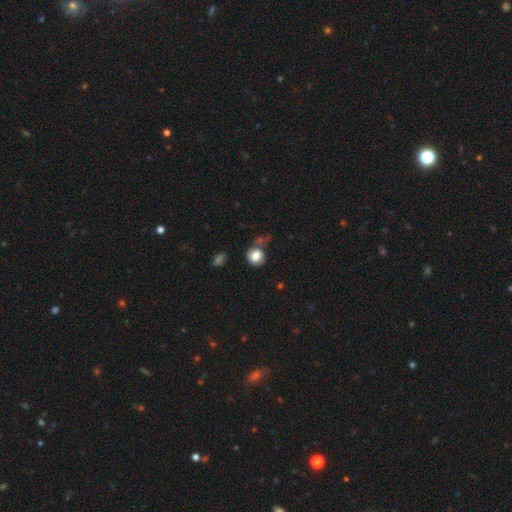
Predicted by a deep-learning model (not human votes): Overall: smooth (77%). How rounded: round (70%). Merging: none (45%; minor disturbance 27%).